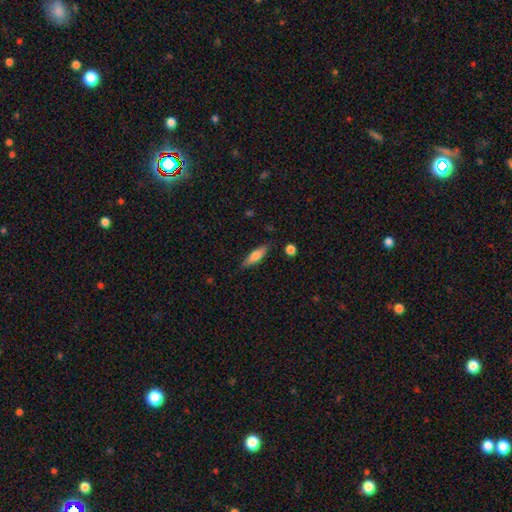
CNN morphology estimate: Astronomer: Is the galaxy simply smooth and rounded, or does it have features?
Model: smooth — 66%.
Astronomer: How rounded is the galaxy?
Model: cigar-shaped — 63%.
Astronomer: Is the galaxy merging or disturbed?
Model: none — 85%.